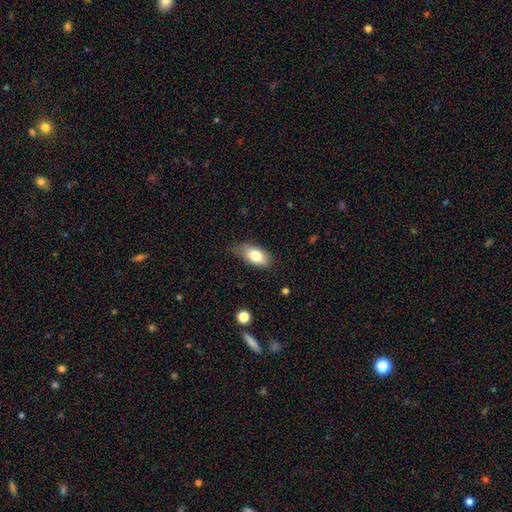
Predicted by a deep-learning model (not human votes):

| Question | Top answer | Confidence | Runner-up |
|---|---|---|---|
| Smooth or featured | smooth | 78% | featured or disk (14%) |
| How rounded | in between | 91% | round (5%) |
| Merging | none | 67% | minor disturbance (26%) |